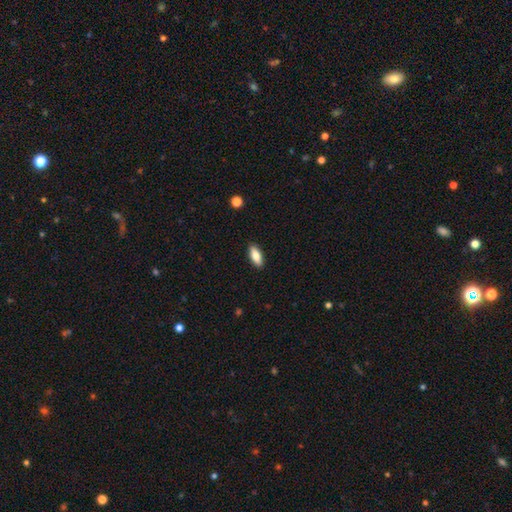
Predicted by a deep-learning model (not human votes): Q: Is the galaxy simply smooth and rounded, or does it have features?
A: smooth — 77%.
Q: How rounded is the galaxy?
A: in between — 78%.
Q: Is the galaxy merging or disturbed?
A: none — 90%.